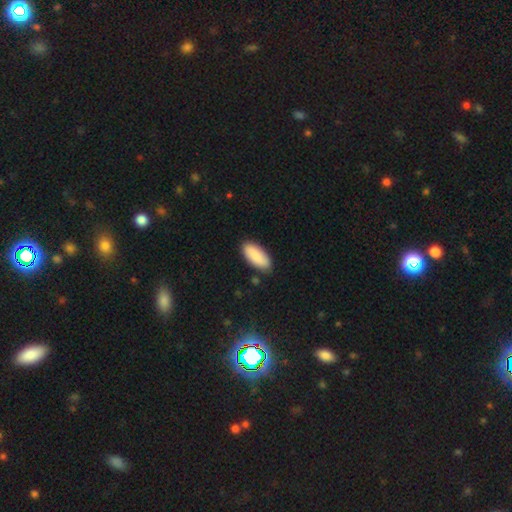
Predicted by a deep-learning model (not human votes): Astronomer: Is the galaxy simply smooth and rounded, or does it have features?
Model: smooth — 86%.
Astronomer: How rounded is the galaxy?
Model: in between — 87%.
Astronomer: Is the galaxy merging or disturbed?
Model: none — 86%.